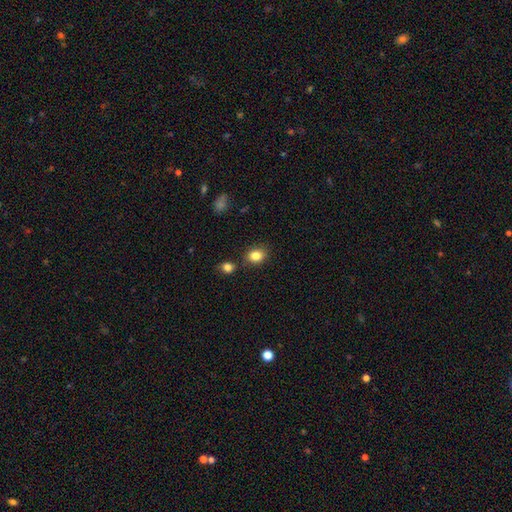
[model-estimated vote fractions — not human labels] Overall: smooth (84%). How rounded: round (50%; in between 49%). Merging: none (79%).